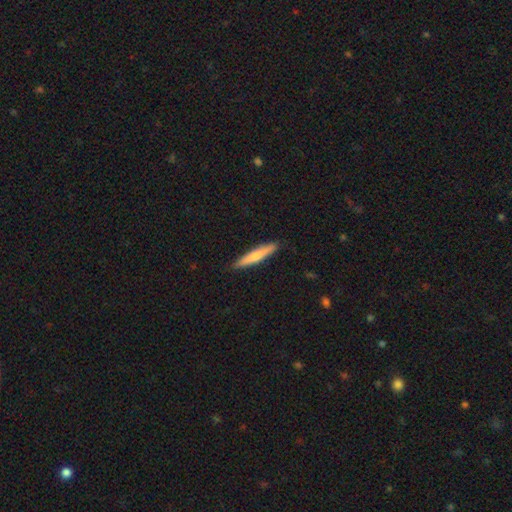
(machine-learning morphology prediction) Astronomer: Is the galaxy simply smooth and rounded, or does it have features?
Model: smooth — 67%.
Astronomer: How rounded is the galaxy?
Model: cigar-shaped — 92%.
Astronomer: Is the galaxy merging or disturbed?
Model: none — 90%.